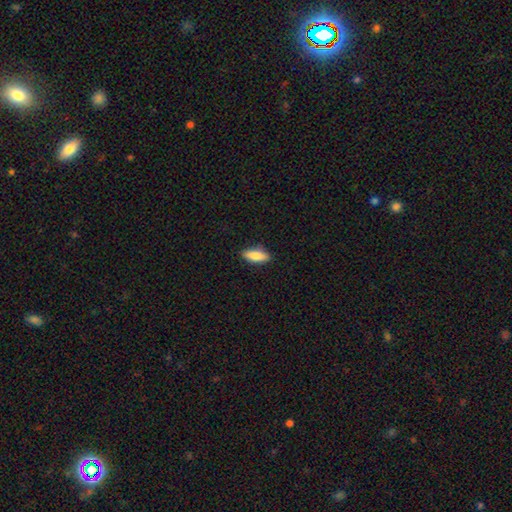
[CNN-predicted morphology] Overall: smooth (83%). How rounded: in between (70%). Merging: none (87%).